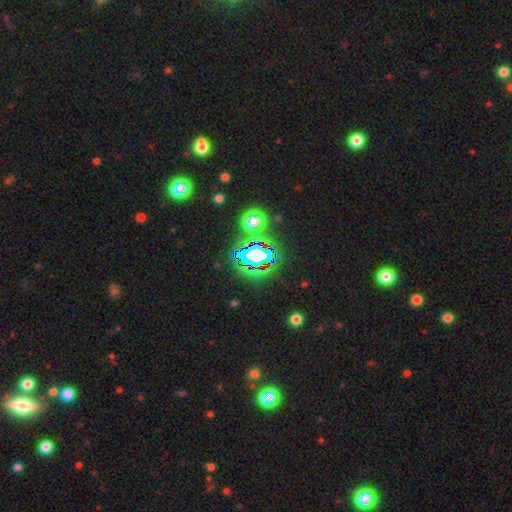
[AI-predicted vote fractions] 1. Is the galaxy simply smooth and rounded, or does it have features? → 70% star or artifact, 18% smooth, 12% featured or disk.